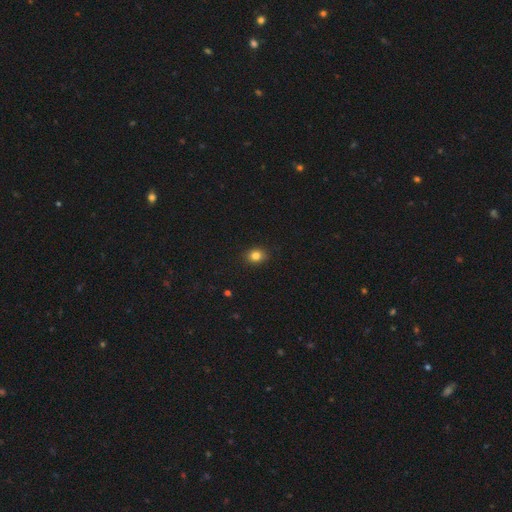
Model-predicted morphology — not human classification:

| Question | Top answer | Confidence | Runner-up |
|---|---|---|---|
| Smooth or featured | smooth | 83% | star or artifact (12%) |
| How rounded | round | 60% | in between (39%) |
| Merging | none | 90% | minor disturbance (8%) |